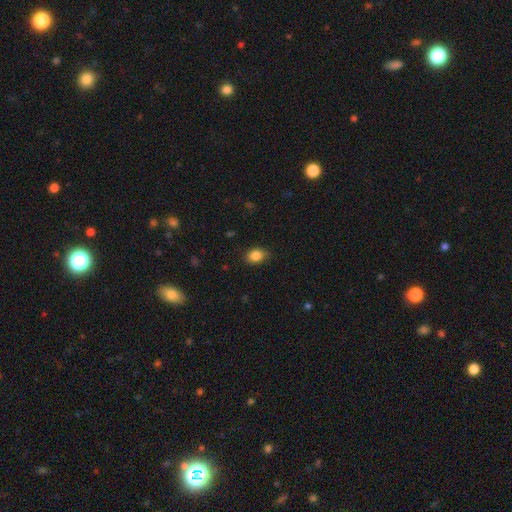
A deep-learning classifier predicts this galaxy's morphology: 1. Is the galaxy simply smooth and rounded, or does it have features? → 86% smooth, 9% star or artifact, 5% featured or disk.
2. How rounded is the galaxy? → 64% in between, 35% round, 1% cigar-shaped.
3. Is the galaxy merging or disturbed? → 84% none, 13% minor disturbance, 3% major disturbance, 1% merger.